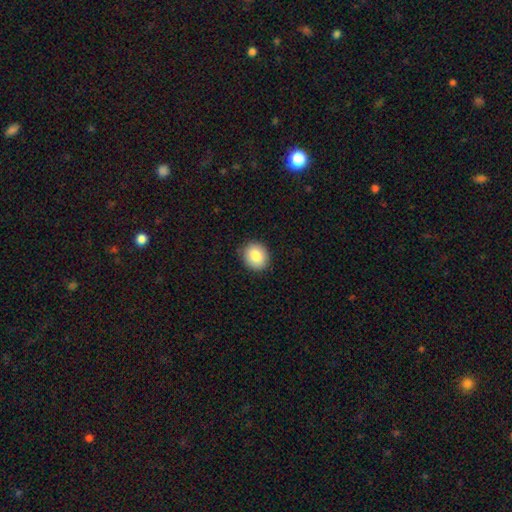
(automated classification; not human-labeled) This appears to be a smooth galaxy with no disk features (84%) that is round (68%). Merging: none (88%).